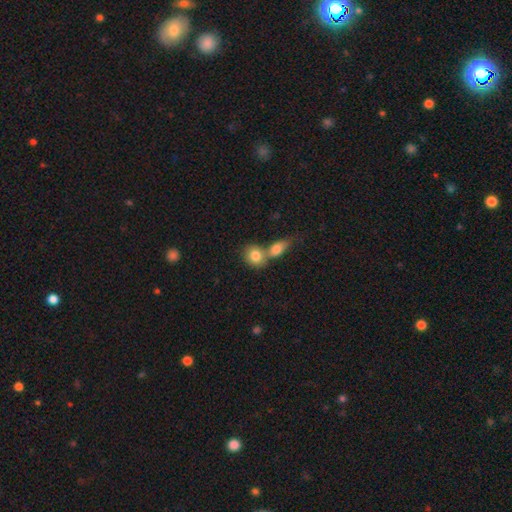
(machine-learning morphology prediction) The model was most divided on "how rounded": round: 61%, in between: 37%, cigar-shaped: 2%. More confident: smooth or featured — smooth (81%); merging — merger (59%).